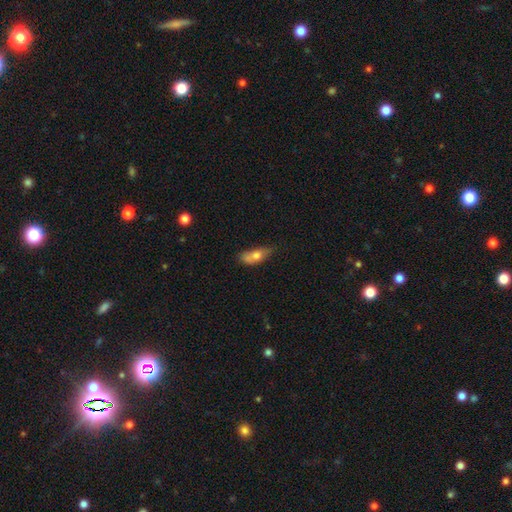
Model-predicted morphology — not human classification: smooth_or_featured: smooth (p=0.69) [alt: featured or disk p=0.24]
how_rounded: in between (p=0.73) [alt: cigar-shaped p=0.22]
merging: none (p=0.45) [alt: minor disturbance p=0.34]